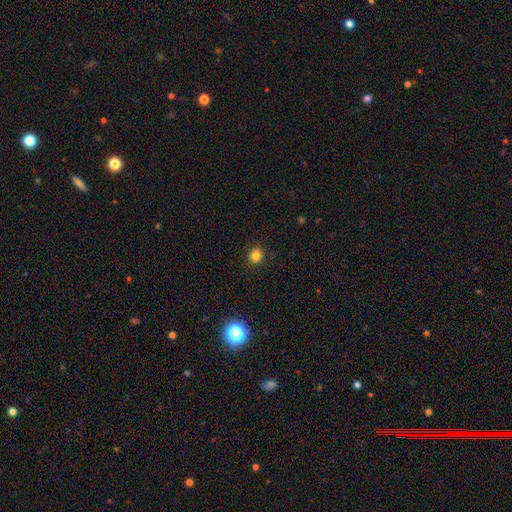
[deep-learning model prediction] A smooth galaxy with no disk features (81%) that is round (80%).

Vote fractions:
- Smooth or featured? smooth: 81% / star or artifact: 13% / featured or disk: 5%
- How rounded? round: 80% / in between: 19% / cigar-shaped: 1%
- Merging? none: 90% / minor disturbance: 7% / major disturbance: 2% / merger: 1%